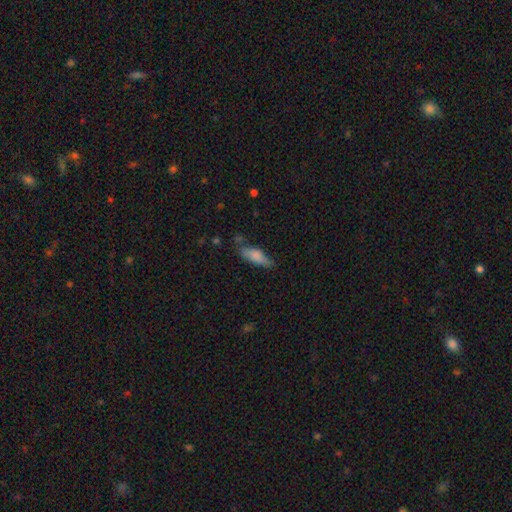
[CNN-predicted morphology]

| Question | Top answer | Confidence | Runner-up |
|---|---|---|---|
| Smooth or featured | smooth | 77% | featured or disk (16%) |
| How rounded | in between | 60% | cigar-shaped (37%) |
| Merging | none | 56% | minor disturbance (30%) |